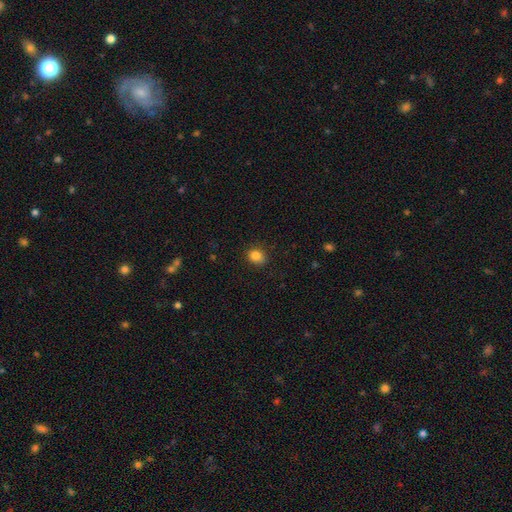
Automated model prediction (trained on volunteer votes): Q: Smooth or featured?
A: smooth (85%); runner-up: star or artifact (11%)
Q: How rounded?
A: round (50%); runner-up: in between (49%)
Q: Merging?
A: none (85%); runner-up: minor disturbance (11%)